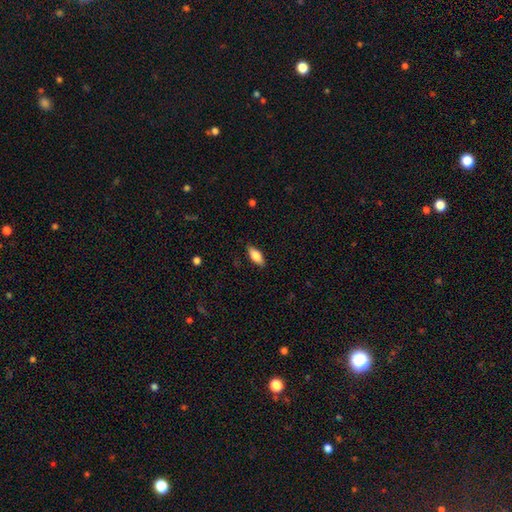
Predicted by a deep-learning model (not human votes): This is likely a smooth galaxy (74%). How rounded: likely in between (76%). Merging: clearly none (86%).